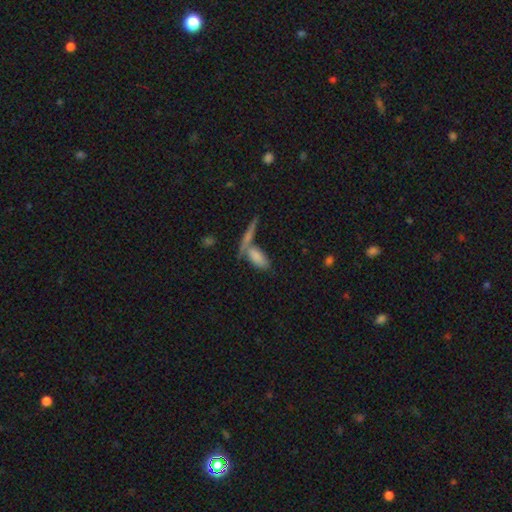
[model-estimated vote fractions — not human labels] Smooth or featured: smooth — 77% (featured or disk — 14%)
How rounded: in between — 76% (cigar-shaped — 20%)
Merging: none — 43% (merger — 40%)